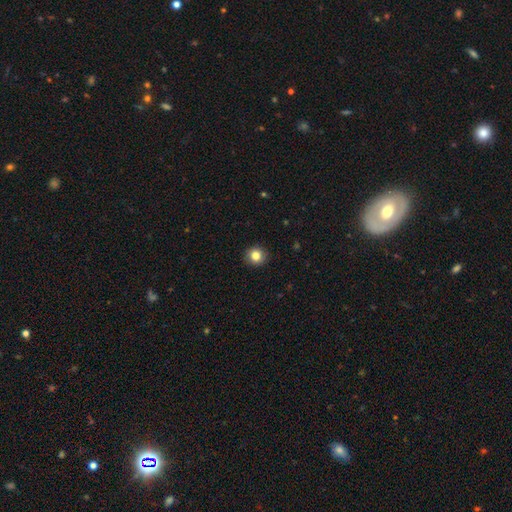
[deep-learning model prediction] A smooth galaxy with no disk features (83%) that is round (90%).

Vote fractions:
- Smooth or featured? smooth: 83% / star or artifact: 10% / featured or disk: 6%
- How rounded? round: 90% / in between: 9% / cigar-shaped: 1%
- Merging? none: 92% / minor disturbance: 6% / major disturbance: 2% / merger: 1%